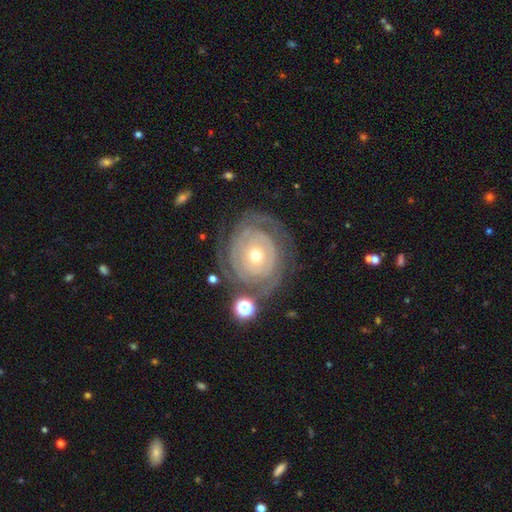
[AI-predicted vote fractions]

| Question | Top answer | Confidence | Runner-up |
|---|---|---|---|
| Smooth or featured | featured or disk | 84% | smooth (11%) |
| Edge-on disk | no | 97% | yes (3%) |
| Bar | no | 82% | weak (13%) |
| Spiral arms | yes | 88% | no (12%) |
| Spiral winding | tight | 83% | medium (13%) |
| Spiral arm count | can't tell | 38% | 2 (27%) |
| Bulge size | small | 49% | moderate (47%) |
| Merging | none | 71% | minor disturbance (16%) |